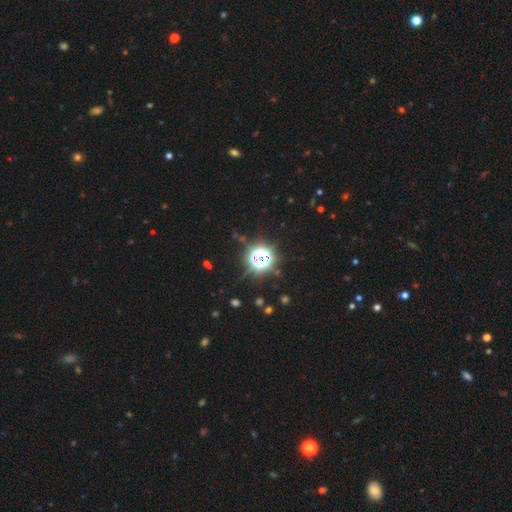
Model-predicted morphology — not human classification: Overall: star or artifact (81%).